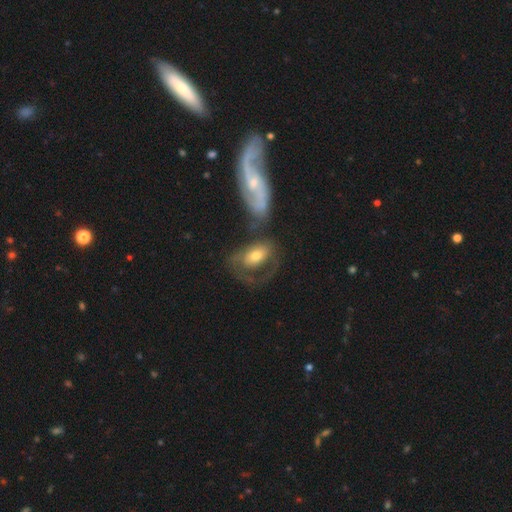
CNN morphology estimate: Smooth or featured? featured or disk (52%)
Edge-on disk? no (93%)
Merging? none (33%)